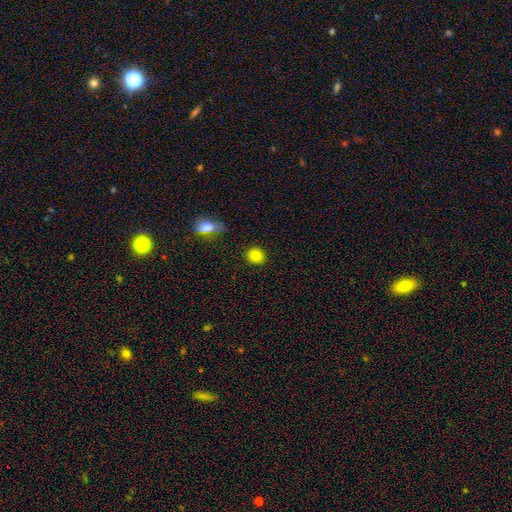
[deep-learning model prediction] smooth 85%, star or artifact 10%, featured or disk 5%. Down the decision tree: how rounded — round (76%); merging — none (88%).